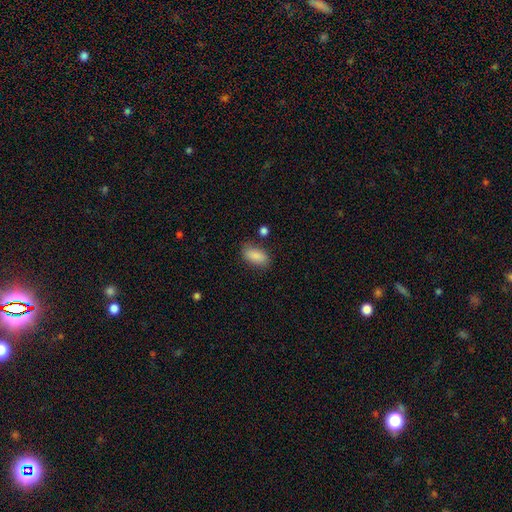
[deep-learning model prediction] Smooth or featured? Predicted: smooth (p=0.88). How rounded? Predicted: in between (p=0.91). Merging? Predicted: none (p=0.79).